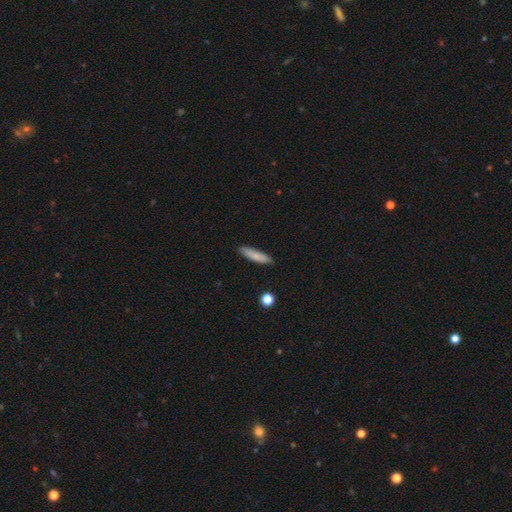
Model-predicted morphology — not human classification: type=smooth (79%); roundness=cigar-shaped (74%); merging=none (86%).